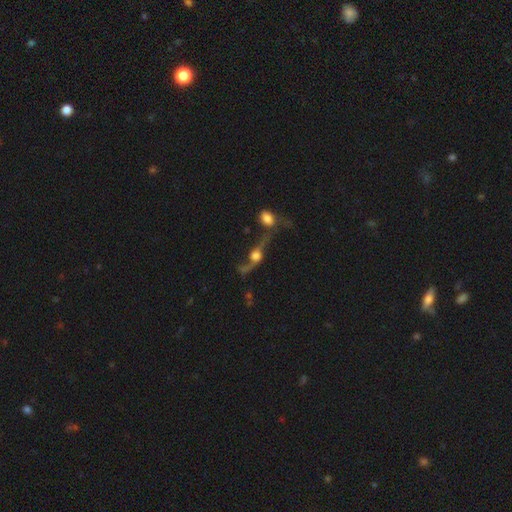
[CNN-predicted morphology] This appears to be a featured or disk galaxy (70%). Merging: none (35%).